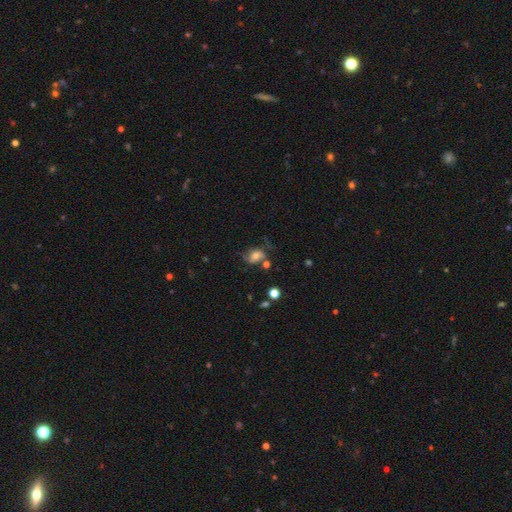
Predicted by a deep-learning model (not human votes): Morphology: type=smooth (48%); merging=none (43%).